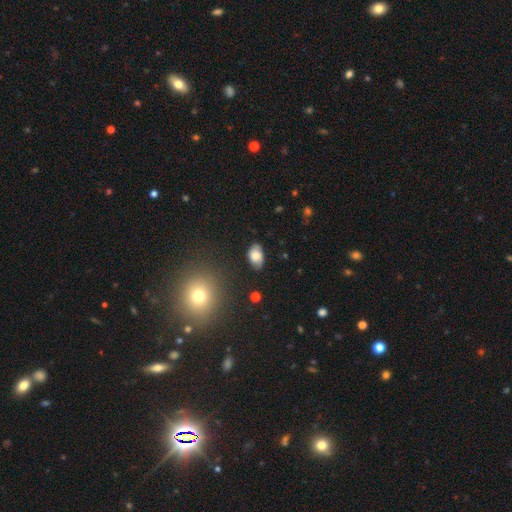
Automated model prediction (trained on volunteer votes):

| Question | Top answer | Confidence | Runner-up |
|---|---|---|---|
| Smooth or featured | smooth | 76% | featured or disk (16%) |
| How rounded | in between | 91% | round (8%) |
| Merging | none | 79% | minor disturbance (16%) |